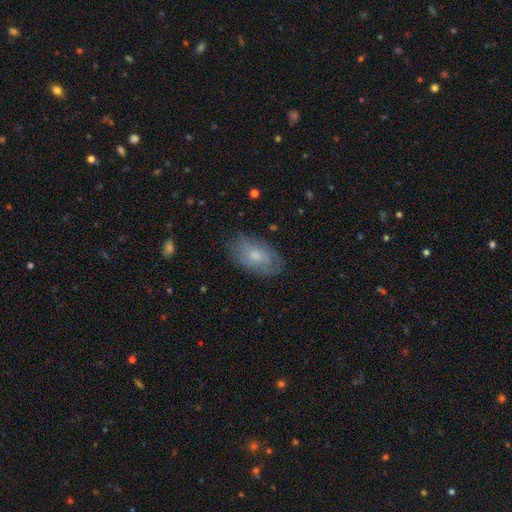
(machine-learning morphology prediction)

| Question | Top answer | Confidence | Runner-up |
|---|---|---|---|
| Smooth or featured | smooth | 59% | featured or disk (34%) |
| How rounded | in between | 92% | round (6%) |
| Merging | none | 72% | minor disturbance (21%) |